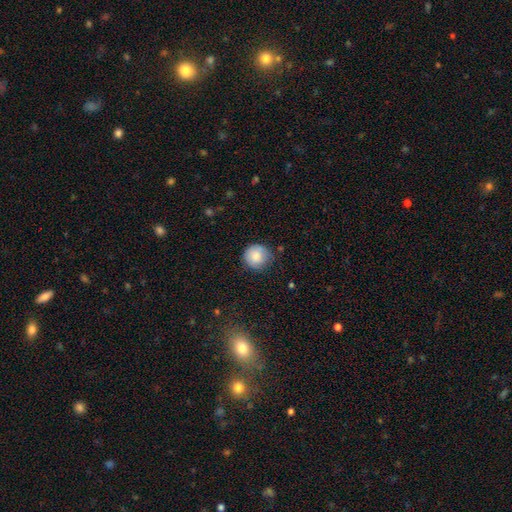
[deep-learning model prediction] The model was most divided on "merging": none: 75%, minor disturbance: 20%, major disturbance: 4%, merger: 1%. More confident: how rounded — round (93%); smooth or featured — smooth (85%).